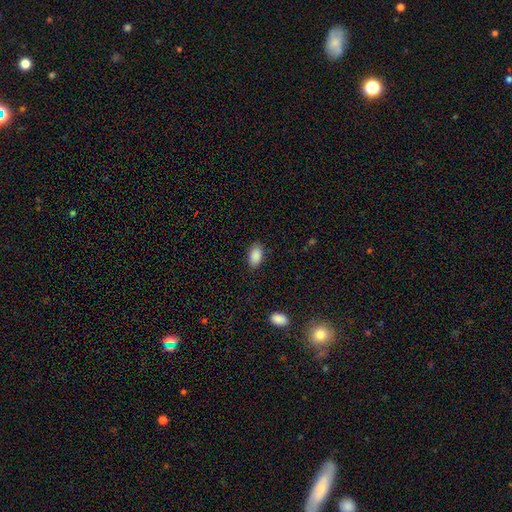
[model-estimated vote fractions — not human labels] Smooth or featured? Predicted: smooth (p=0.89). How rounded? Predicted: in between (p=0.92). Merging? Predicted: none (p=0.85).